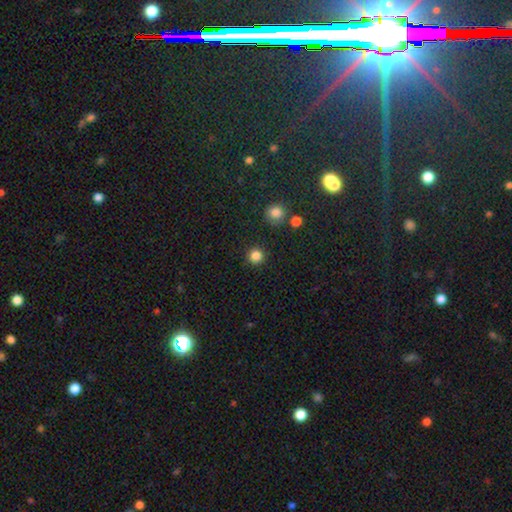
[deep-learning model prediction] A smooth galaxy with no disk features (84%) that is round (95%). Merging: none (91%).